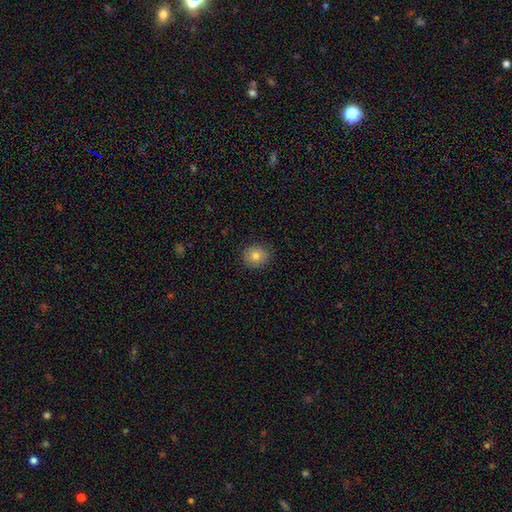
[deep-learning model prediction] This is clearly a smooth galaxy (81%). How rounded: clearly round (85%). Merging: clearly none (90%).